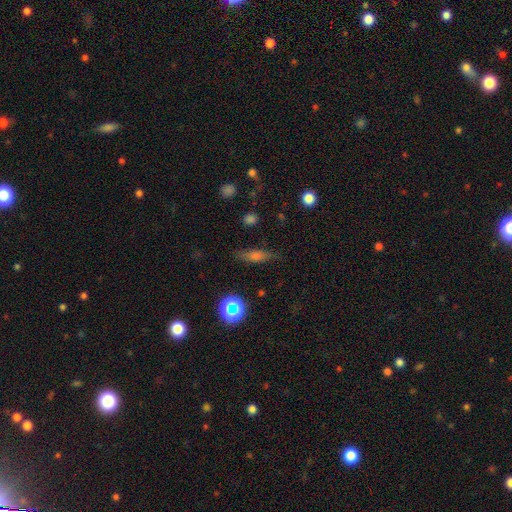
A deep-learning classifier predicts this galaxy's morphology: smooth 53%, featured or disk 33%, star or artifact 15%. Down the decision tree: how rounded — cigar-shaped (60%); merging — none (80%).